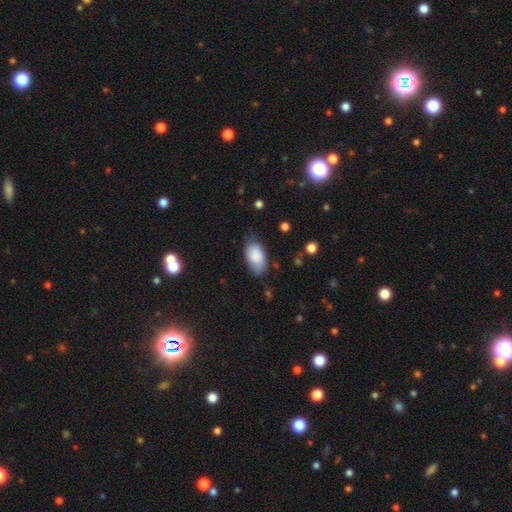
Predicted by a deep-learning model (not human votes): Smooth or featured: smooth — 84% (featured or disk — 9%)
How rounded: in between — 94% (round — 3%)
Merging: none — 64% (minor disturbance — 28%)